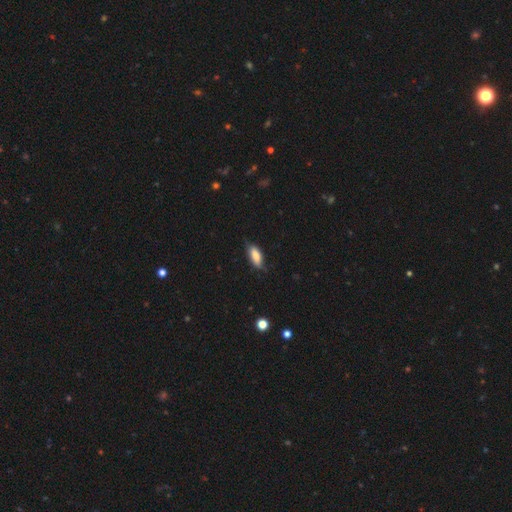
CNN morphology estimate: type=smooth (79%); roundness=in between (78%); merging=none (67%).